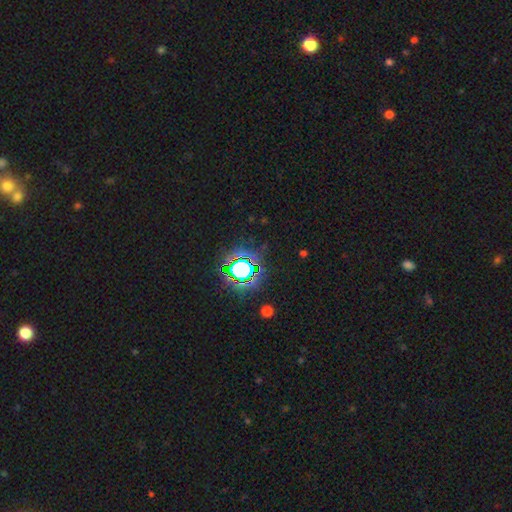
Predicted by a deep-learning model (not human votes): A star or artifact, not a galaxy (80%).